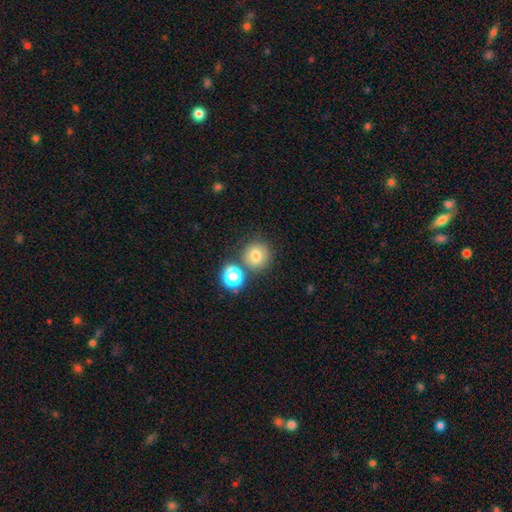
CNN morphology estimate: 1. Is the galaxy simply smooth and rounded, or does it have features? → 76% smooth, 14% star or artifact, 10% featured or disk.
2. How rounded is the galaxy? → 92% round, 7% in between, 1% cigar-shaped.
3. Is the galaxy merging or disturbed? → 73% none, 15% merger, 9% minor disturbance, 3% major disturbance.